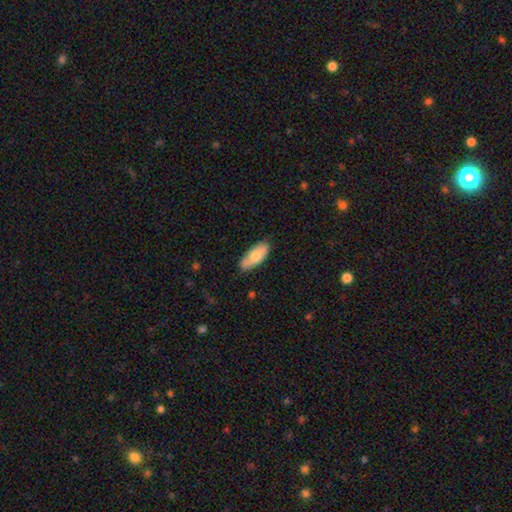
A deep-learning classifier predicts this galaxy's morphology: A smooth galaxy with no disk features (69%) that is in between round and cigar-shaped (83%). Merging: none (79%).